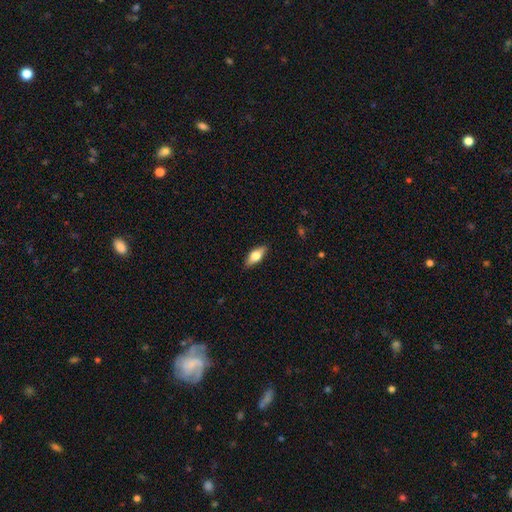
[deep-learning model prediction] smooth 60%, featured or disk 33%, star or artifact 7%. Down the decision tree: how rounded — in between (75%); merging — none (88%).